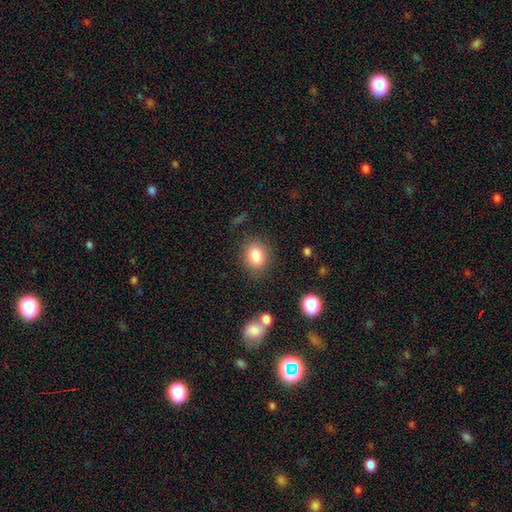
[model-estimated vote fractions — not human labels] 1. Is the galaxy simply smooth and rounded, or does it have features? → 83% smooth, 10% star or artifact, 8% featured or disk.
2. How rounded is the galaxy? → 54% in between, 45% round, 1% cigar-shaped.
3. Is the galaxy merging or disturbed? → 82% none, 11% minor disturbance, 4% major disturbance, 3% merger.